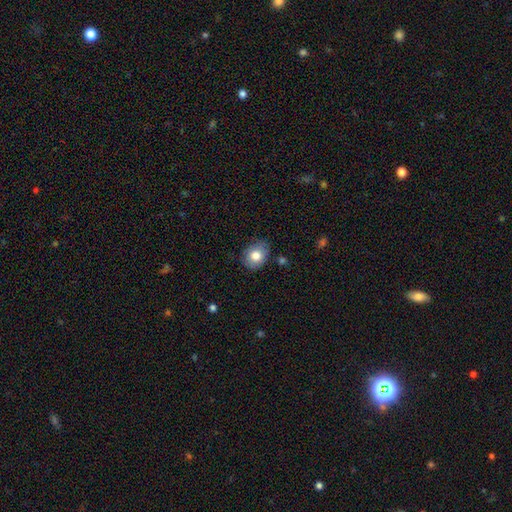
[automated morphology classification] The model was most divided on "how rounded": in between: 52%, round: 47%, cigar-shaped: 1%. More confident: merging — none (81%); smooth or featured — smooth (78%).